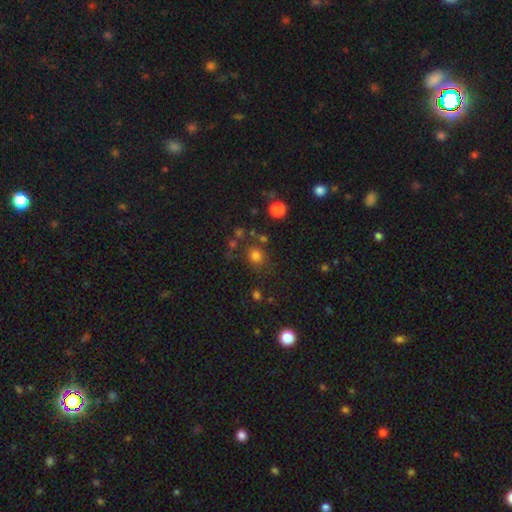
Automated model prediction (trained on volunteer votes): Overall: smooth (76%). How rounded: round (83%). Merging: none (73%).